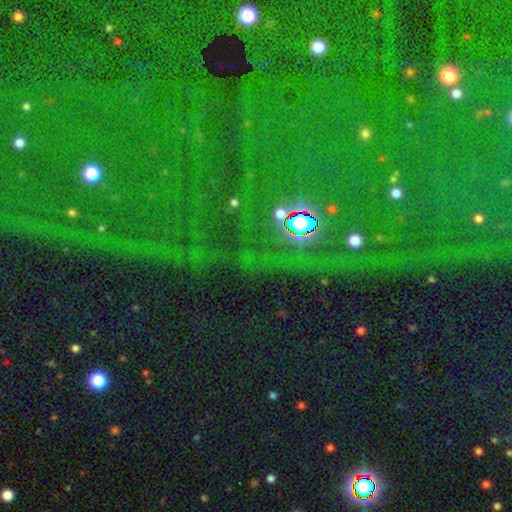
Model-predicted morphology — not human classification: A star or artifact, not a galaxy (84%).